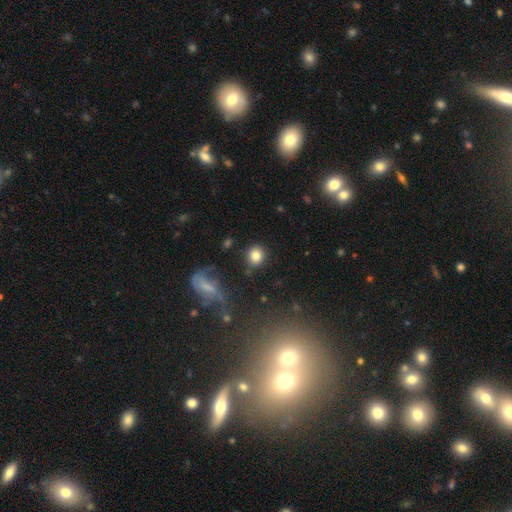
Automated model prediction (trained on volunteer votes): This is clearly a smooth galaxy (81%). How rounded: clearly round (86%). Merging: clearly none (83%).